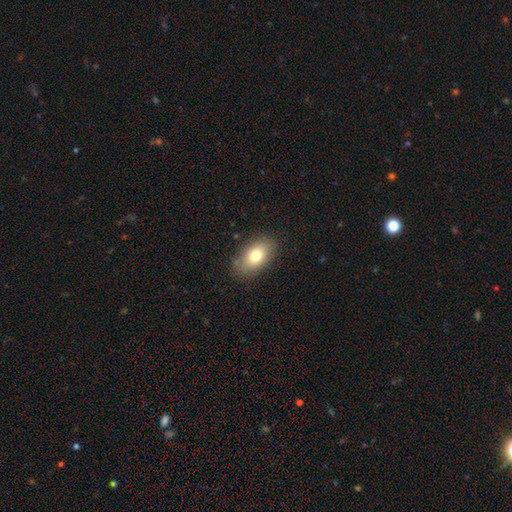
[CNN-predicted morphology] This is likely a smooth galaxy (77%). How rounded: clearly in between (91%). Merging: clearly none (84%).